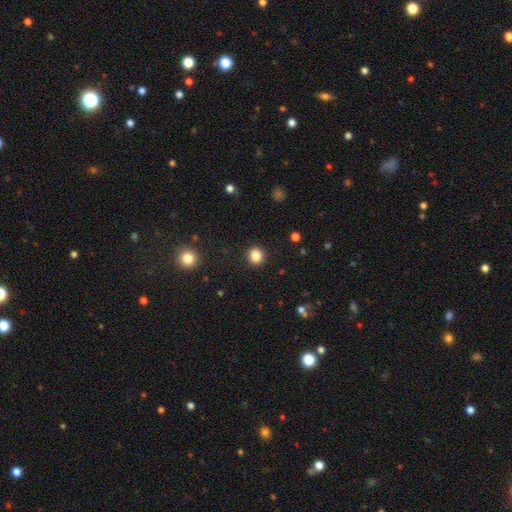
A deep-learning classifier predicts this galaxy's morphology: A smooth galaxy with no disk features (85%) that is round (84%).

Vote fractions:
- Smooth or featured? smooth: 85% / star or artifact: 11% / featured or disk: 4%
- How rounded? round: 84% / in between: 15% / cigar-shaped: 1%
- Merging? none: 91% / minor disturbance: 6% / major disturbance: 2% / merger: 1%